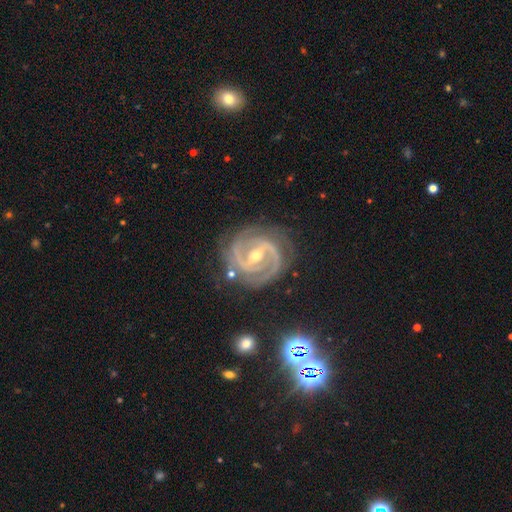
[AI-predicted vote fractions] Smooth or featured? Predicted: featured or disk (p=0.92). Edge-on disk? Predicted: no (p=0.98). Bar? Predicted: strong (p=0.59). Spiral arms? Predicted: yes (p=0.99). Spiral winding? Predicted: tight (p=0.53). Spiral arm count? Predicted: 2 (p=0.84). Bulge size? Predicted: moderate (p=0.50). Merging? Predicted: none (p=0.79).